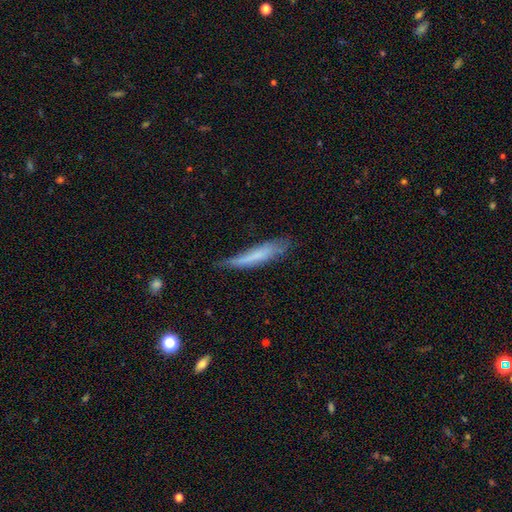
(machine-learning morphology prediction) smooth 62%, featured or disk 31%, star or artifact 8%. Down the decision tree: how rounded — cigar-shaped (87%); merging — none (47%).